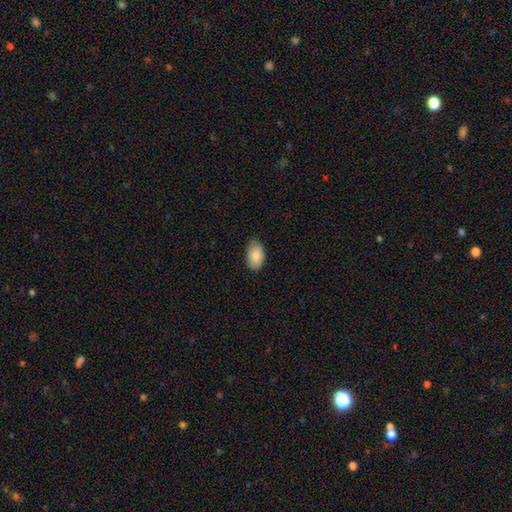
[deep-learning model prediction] smooth-or-featured: smooth: 86% | featured or disk: 7% | star or artifact: 6%
  how-rounded: in between: 94% | round: 5% | cigar-shaped: 1%
  merging: none: 78% | minor disturbance: 19% | major disturbance: 2% | merger: 1%